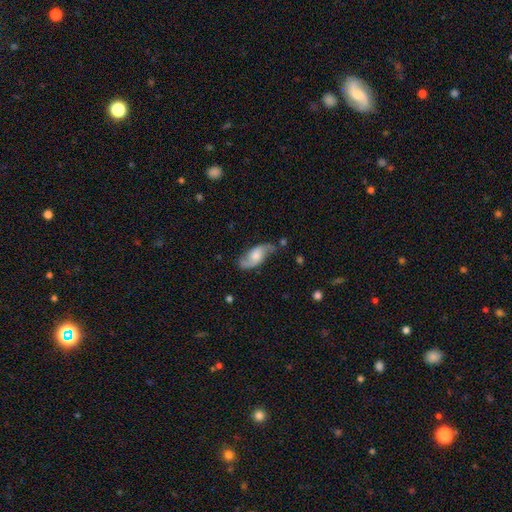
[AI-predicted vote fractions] The model was most divided on "bulge size": moderate: 46%, small: 22%, large: 21%, none: 9%, dominant: 2%. More confident: spiral arms — yes (92%); edge-on disk — no (91%); spiral arm count — 2 (90%); merging — none (69%); smooth or featured — featured or disk (67%); bar — no (60%); spiral winding — loose (59%).